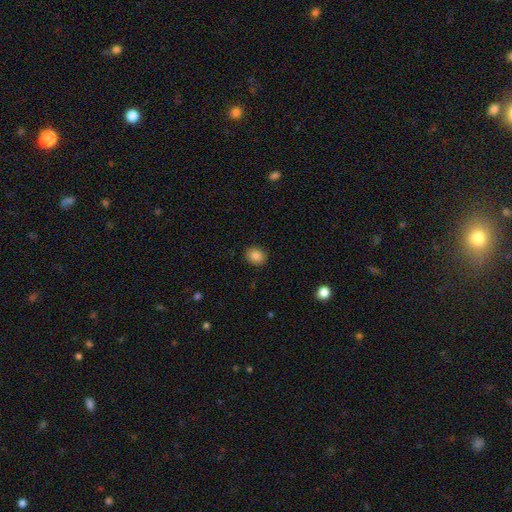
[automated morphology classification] smooth-or-featured: smooth: 86% | star or artifact: 9% | featured or disk: 5%
  how-rounded: round: 58% | in between: 42% | cigar-shaped: 1%
  merging: none: 89% | minor disturbance: 8% | major disturbance: 2% | merger: 1%